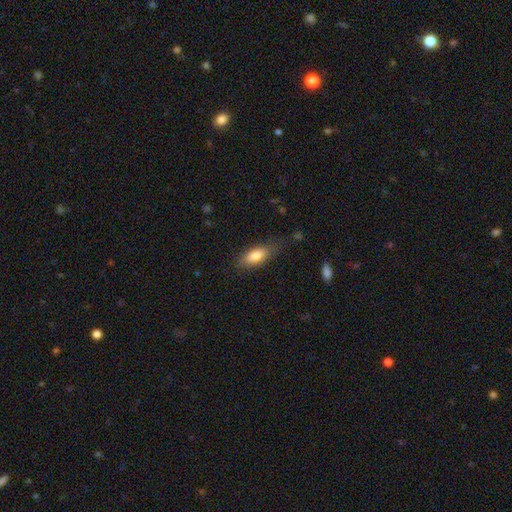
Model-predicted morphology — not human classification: Smooth or featured? smooth (82%)
How rounded? in between (79%)
Merging? none (75%)